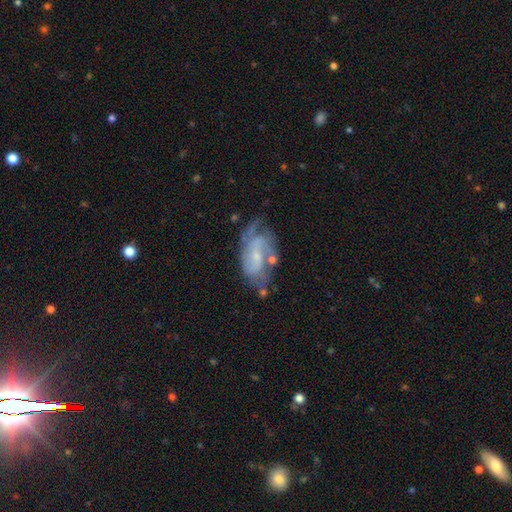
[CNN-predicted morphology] A featured or disk galaxy (79%) with no bar (45%), 2 (44%) medium (45%) spiral arms (91%) and a small central bulge (67%). Merging: none (55%).